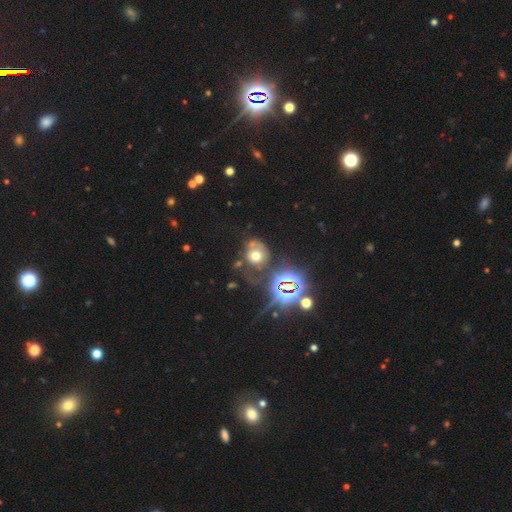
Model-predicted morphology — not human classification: smooth-or-featured: smooth: 50% | star or artifact: 27% | featured or disk: 23%
  merging: none: 43% | minor disturbance: 22% | major disturbance: 21% | merger: 15%